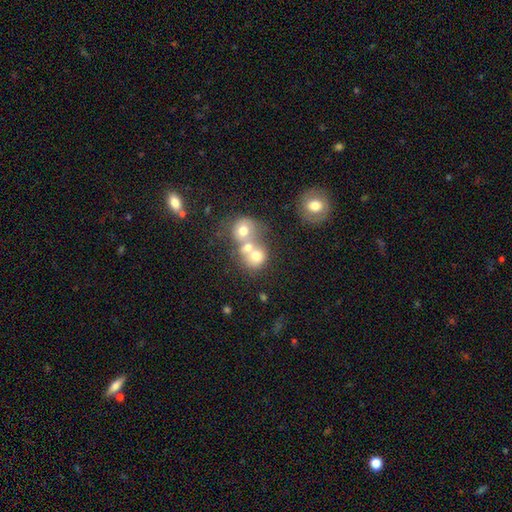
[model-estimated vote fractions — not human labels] Q: Smooth or featured?
A: smooth (65%); runner-up: featured or disk (22%)
Q: How rounded?
A: round (75%); runner-up: in between (24%)
Q: Merging?
A: merger (62%); runner-up: none (26%)